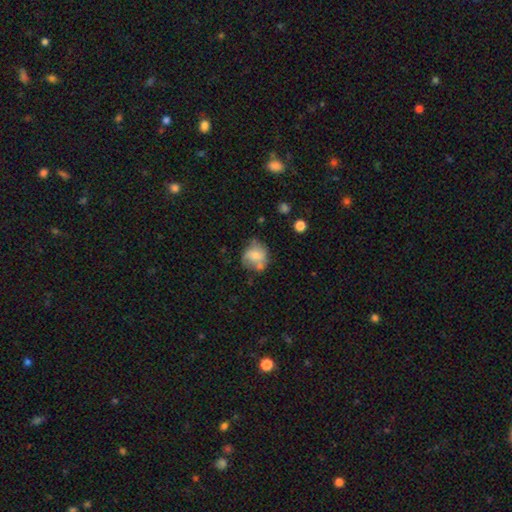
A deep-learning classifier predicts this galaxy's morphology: This is likely a smooth galaxy (61%). How rounded: likely round (72%). Merging: possibly none (46%).